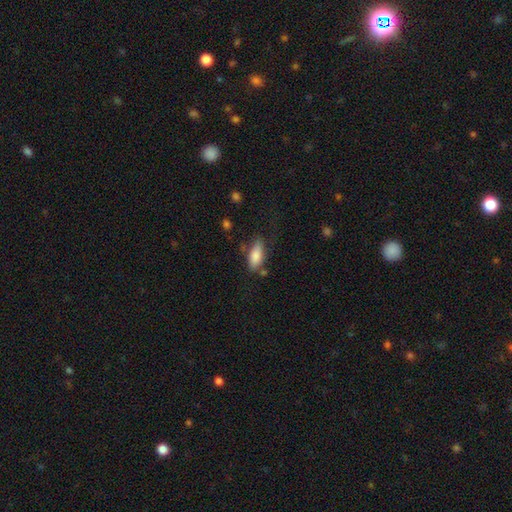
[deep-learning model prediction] A smooth galaxy with no disk features (81%) that is in between round and cigar-shaped (76%).

Vote fractions:
- Smooth or featured? smooth: 81% / featured or disk: 12% / star or artifact: 7%
- How rounded? in between: 76% / cigar-shaped: 21% / round: 2%
- Merging? none: 64% / minor disturbance: 22% / major disturbance: 7% / merger: 7%